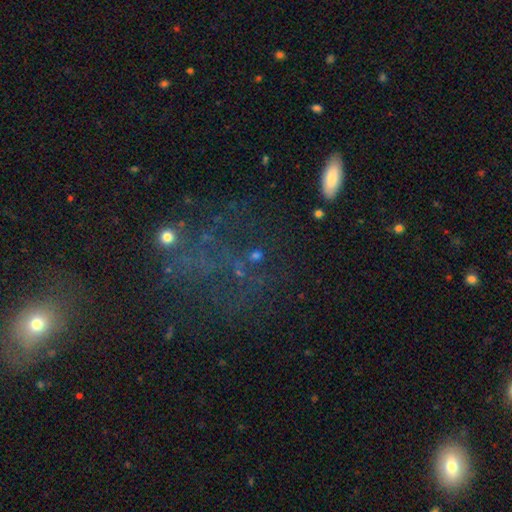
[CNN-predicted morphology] type=star or artifact (45%).